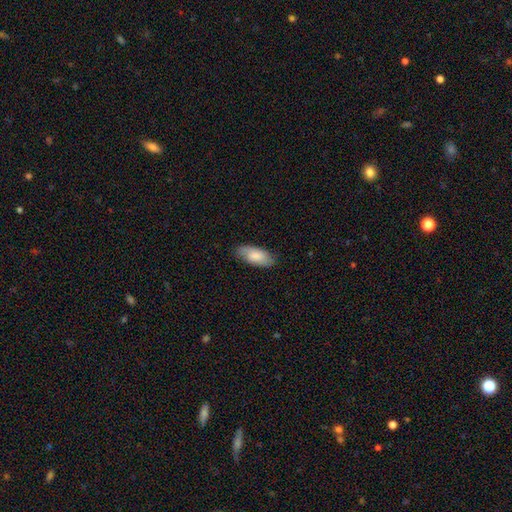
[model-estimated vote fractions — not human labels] A smooth galaxy with no disk features (75%) that is in between round and cigar-shaped (88%).

Vote fractions:
- Smooth or featured? smooth: 75% / featured or disk: 19% / star or artifact: 6%
- How rounded? in between: 88% / cigar-shaped: 10% / round: 2%
- Merging? none: 81% / minor disturbance: 15% / major disturbance: 3% / merger: 1%